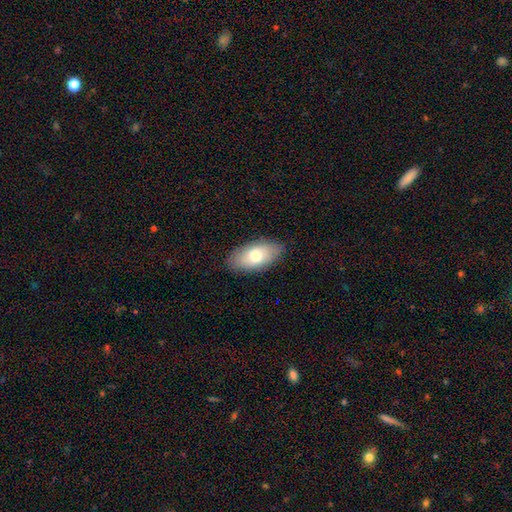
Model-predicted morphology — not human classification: The model was most divided on "smooth or featured": smooth: 74%, featured or disk: 20%, star or artifact: 6%. More confident: how rounded — in between (92%); merging — none (86%).